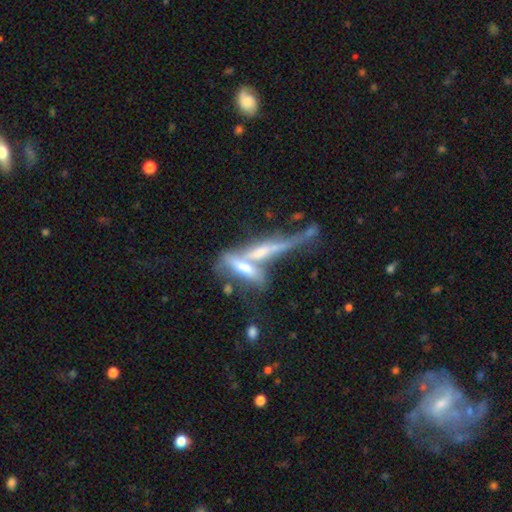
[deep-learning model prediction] Morphology: type=featured or disk (64%); edge-on=yes (74%); merging=merger (55%).